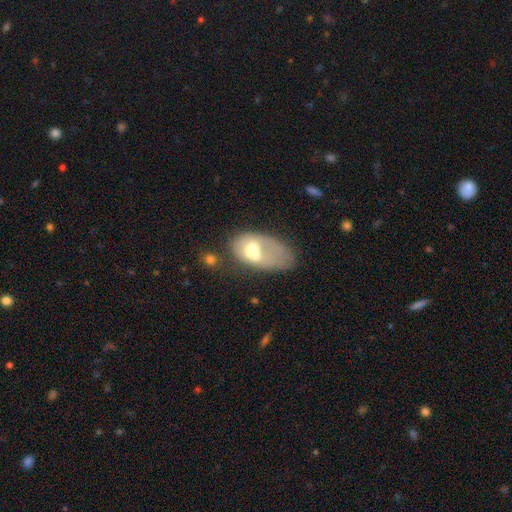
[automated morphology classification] This is possibly a smooth galaxy (53%). How rounded: clearly in between (84%). Merging: marginally merger (44%).